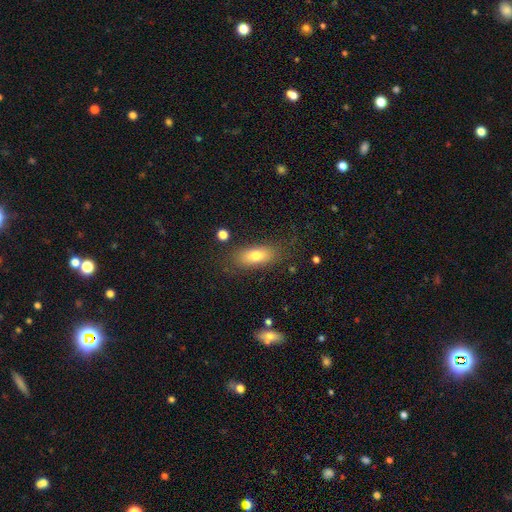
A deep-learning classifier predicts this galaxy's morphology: Smooth or featured: smooth — 75% (featured or disk — 16%)
How rounded: in between — 80% (cigar-shaped — 16%)
Merging: none — 80% (minor disturbance — 13%)